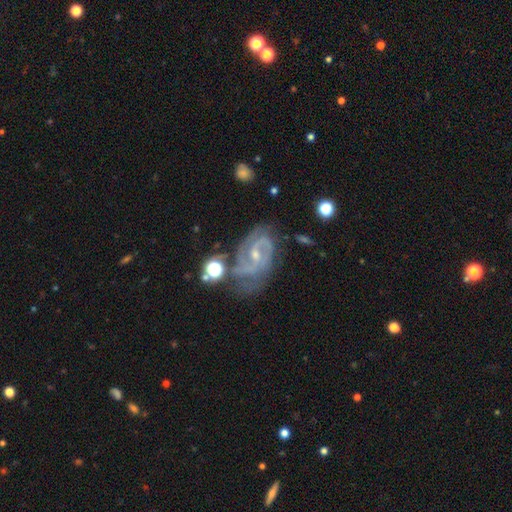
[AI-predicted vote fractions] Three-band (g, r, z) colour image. It shows a featured or disk galaxy (88%) with a weak bar (47%), 2 (69%) tight (48%) spiral arms (97%) and a small central bulge (61%). Merging: none (58%).